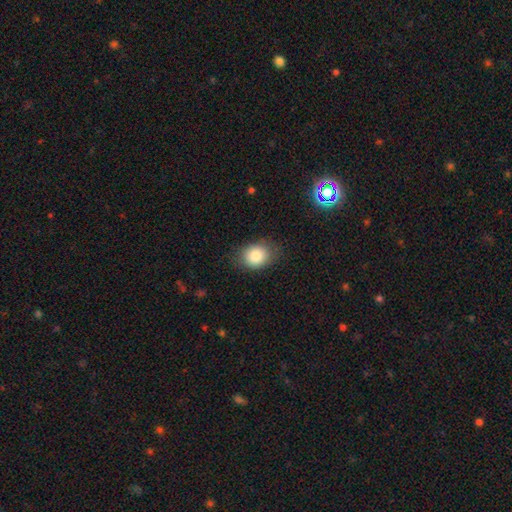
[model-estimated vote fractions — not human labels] Smooth or featured: smooth — 85% (star or artifact — 8%)
How rounded: in between — 57% (round — 42%)
Merging: none — 79% (minor disturbance — 15%)